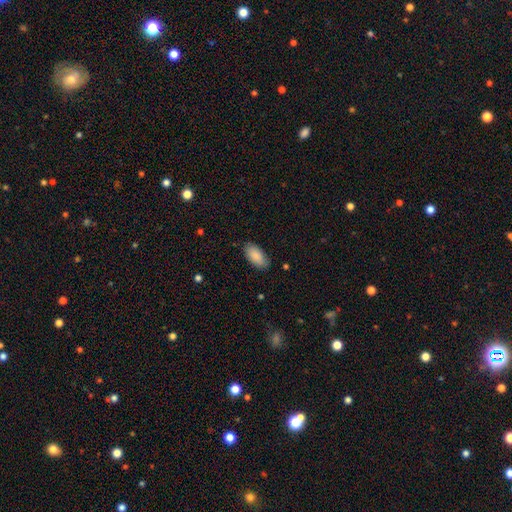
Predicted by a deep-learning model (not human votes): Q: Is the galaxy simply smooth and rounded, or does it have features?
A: smooth — 88%.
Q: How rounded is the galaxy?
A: in between — 93%.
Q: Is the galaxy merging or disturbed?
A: none — 84%.